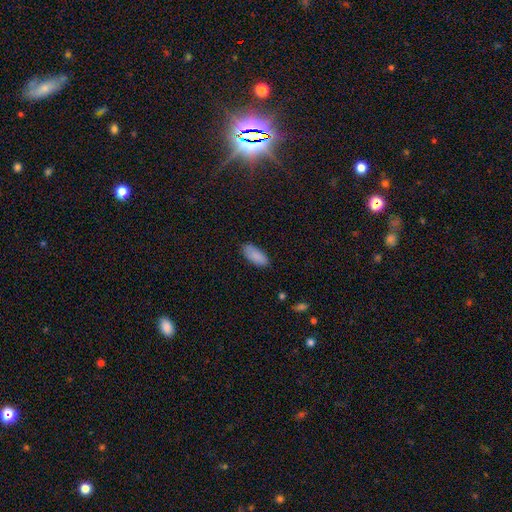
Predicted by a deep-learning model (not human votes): This appears to be a smooth galaxy with no disk features (88%) that is in between round and cigar-shaped (86%). Merging: none (81%).